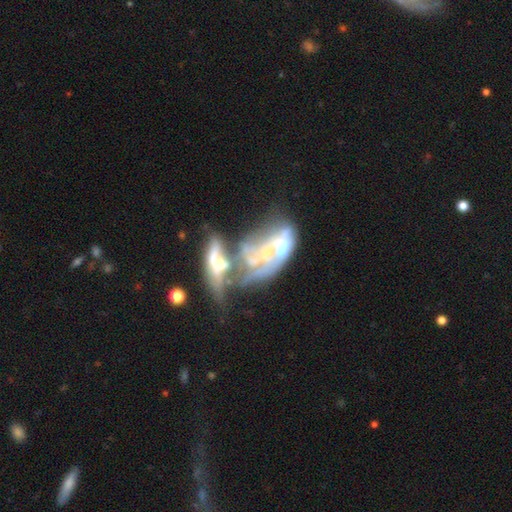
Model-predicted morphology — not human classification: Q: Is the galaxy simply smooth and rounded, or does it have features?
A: featured or disk — 69%.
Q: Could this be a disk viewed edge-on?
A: no — 93%.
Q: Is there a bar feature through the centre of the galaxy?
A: no — 75%.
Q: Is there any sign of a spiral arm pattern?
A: no — 56%.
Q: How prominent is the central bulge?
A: none — 38%.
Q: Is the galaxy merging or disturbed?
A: merger — 64%.